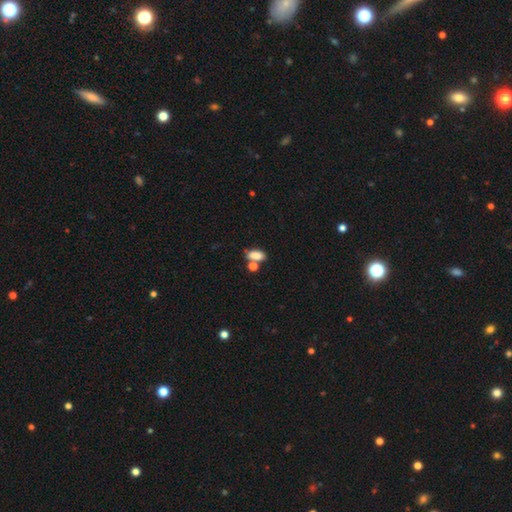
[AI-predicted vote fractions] Q: Smooth or featured?
A: smooth (83%); runner-up: star or artifact (10%)
Q: How rounded?
A: in between (85%); runner-up: round (8%)
Q: Merging?
A: none (52%); runner-up: merger (31%)